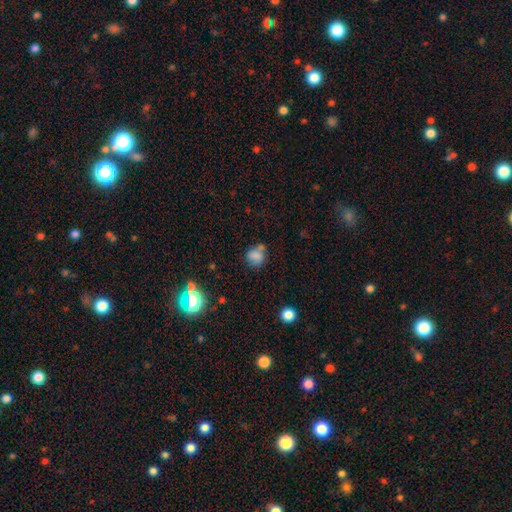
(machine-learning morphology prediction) type=smooth (75%); roundness=round (70%); merging=none (50%).